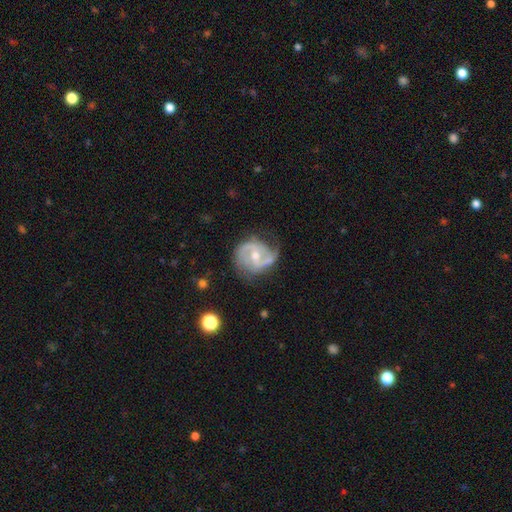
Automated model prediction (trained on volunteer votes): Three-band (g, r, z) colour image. It shows a featured or disk galaxy (84%) with a weak bar (49%), 2 (82%) medium (50%) spiral arms (93%) and a moderate central bulge (62%). Merging: none (61%).